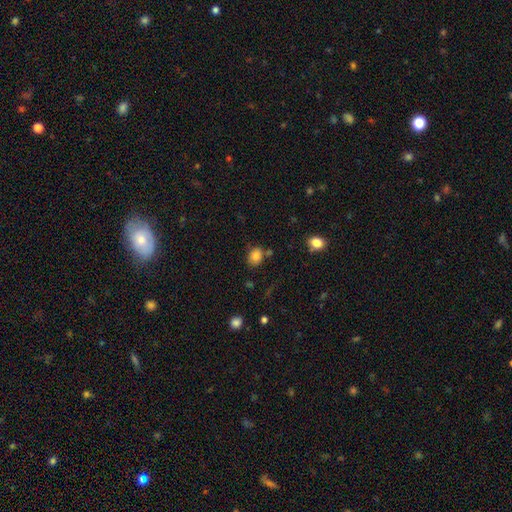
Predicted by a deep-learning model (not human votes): Q: Smooth or featured?
A: smooth (82%); runner-up: star or artifact (11%)
Q: How rounded?
A: in between (54%); runner-up: round (45%)
Q: Merging?
A: none (73%); runner-up: minor disturbance (15%)